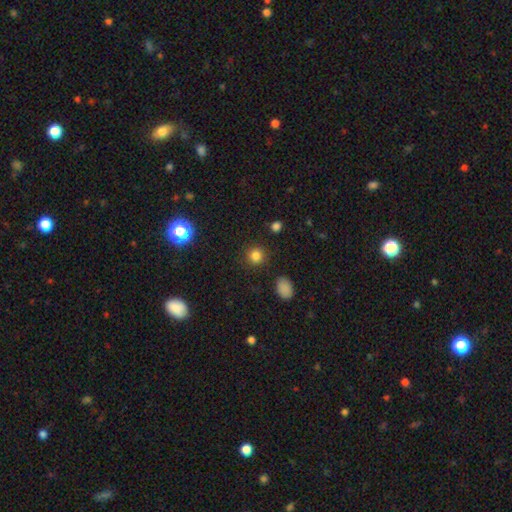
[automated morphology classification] Smooth or featured: smooth — 82% (star or artifact — 14%)
How rounded: round — 91% (in between — 8%)
Merging: none — 88% (minor disturbance — 7%)